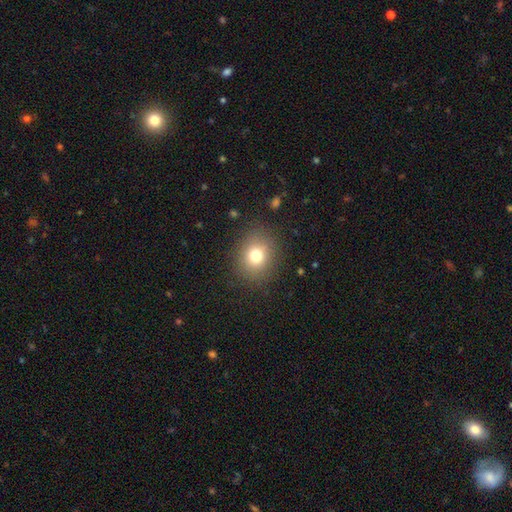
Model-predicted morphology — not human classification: type=smooth (76%); roundness=round (71%); merging=none (86%).